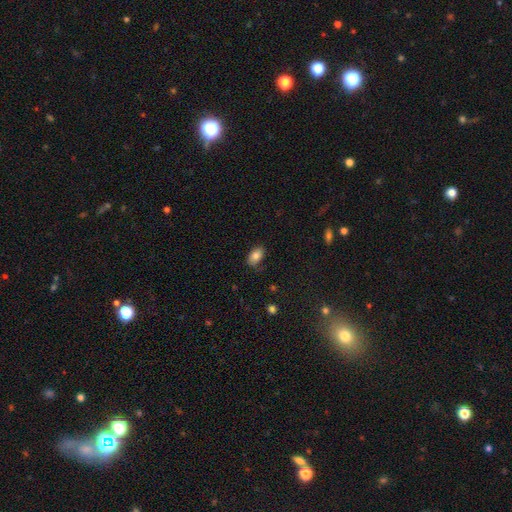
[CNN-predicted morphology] A smooth galaxy with no disk features (82%) that is in between round and cigar-shaped (91%). Merging: none (77%).